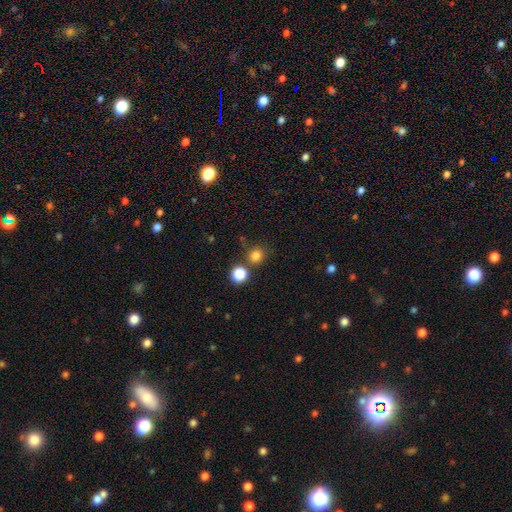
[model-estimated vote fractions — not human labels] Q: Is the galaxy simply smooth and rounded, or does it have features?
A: smooth — 80%.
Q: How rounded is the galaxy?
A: round — 84%.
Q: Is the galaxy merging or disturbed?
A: none — 72%.